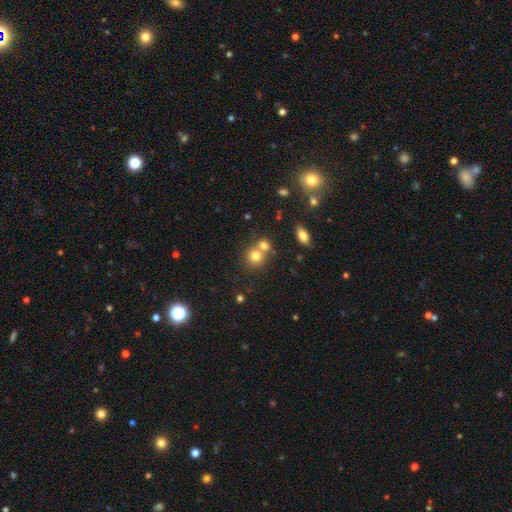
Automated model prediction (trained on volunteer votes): smooth-or-featured: smooth: 76% | star or artifact: 12% | featured or disk: 12%
  how-rounded: round: 82% | in between: 17% | cigar-shaped: 1%
  merging: merger: 45% (tied) | none: 45% (tied) | minor disturbance: 7% | major disturbance: 3%